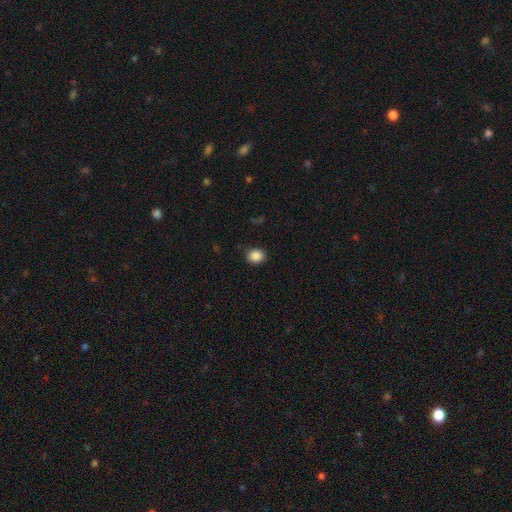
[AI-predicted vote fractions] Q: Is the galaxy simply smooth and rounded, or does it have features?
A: smooth — 88%.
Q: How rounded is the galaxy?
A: round — 63%.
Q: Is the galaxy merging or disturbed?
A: none — 88%.